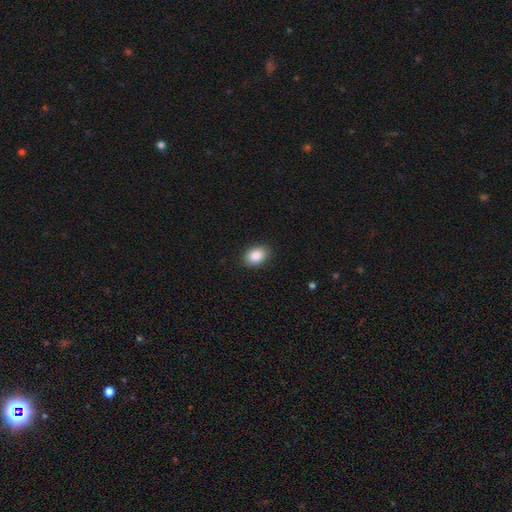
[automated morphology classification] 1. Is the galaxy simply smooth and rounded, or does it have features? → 88% smooth, 7% star or artifact, 5% featured or disk.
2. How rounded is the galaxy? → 82% in between, 17% round, 1% cigar-shaped.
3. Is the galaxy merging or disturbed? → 88% none, 9% minor disturbance, 2% major disturbance, 1% merger.